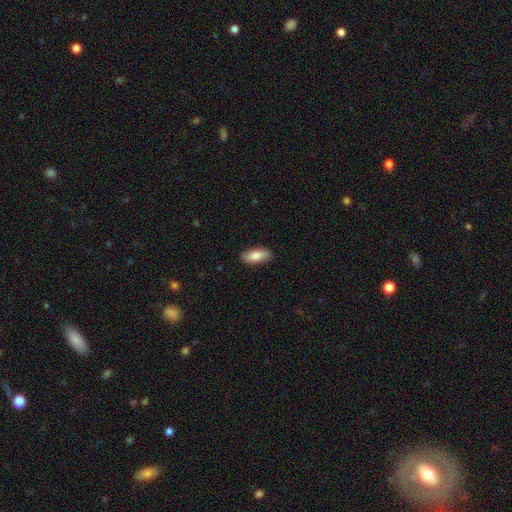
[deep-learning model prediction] A smooth galaxy with no disk features (83%) that is in between round and cigar-shaped (84%).

Vote fractions:
- Smooth or featured? smooth: 83% / featured or disk: 11% / star or artifact: 6%
- How rounded? in between: 84% / cigar-shaped: 14% / round: 2%
- Merging? none: 88% / minor disturbance: 9% / major disturbance: 2% / merger: 1%